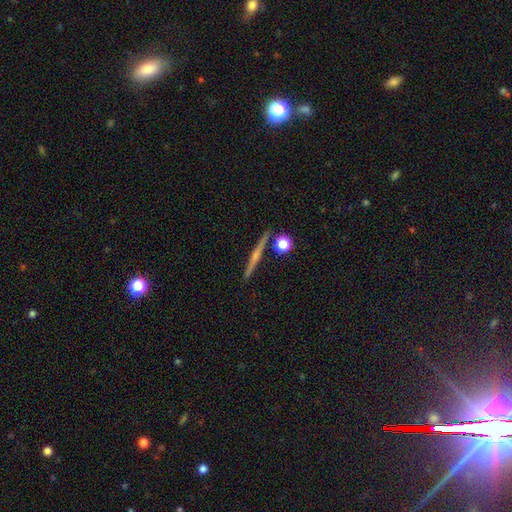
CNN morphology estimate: Smooth or featured? featured or disk (69%)
Edge-on disk? yes (98%)
Edge-on bulge? rounded (73%)
Merging? none (88%)